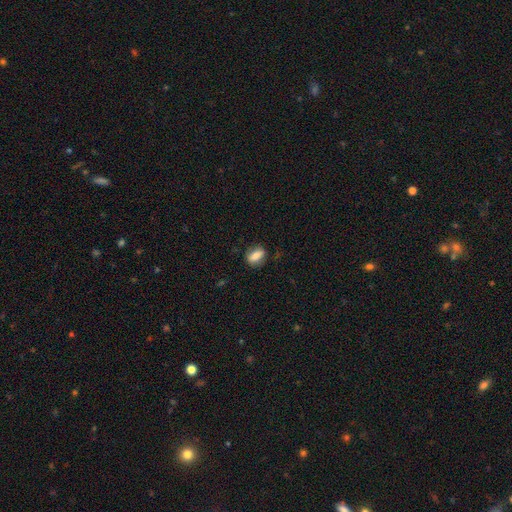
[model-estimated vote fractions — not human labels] Smooth or featured? smooth (74%)
How rounded? in between (75%)
Merging? none (80%)